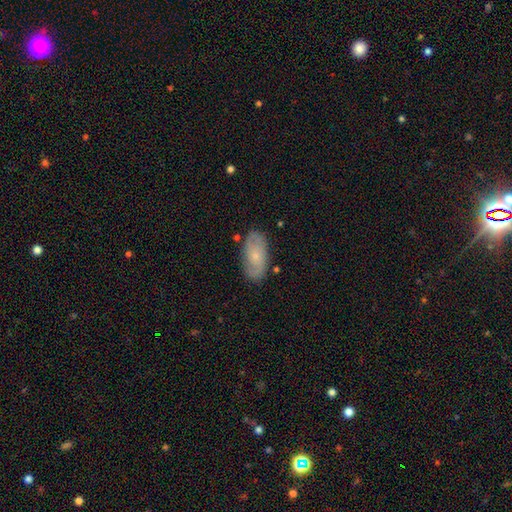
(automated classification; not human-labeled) smooth_or_featured: smooth (p=0.47) [alt: featured or disk p=0.46]
merging: none (p=0.80) [alt: minor disturbance p=0.15]